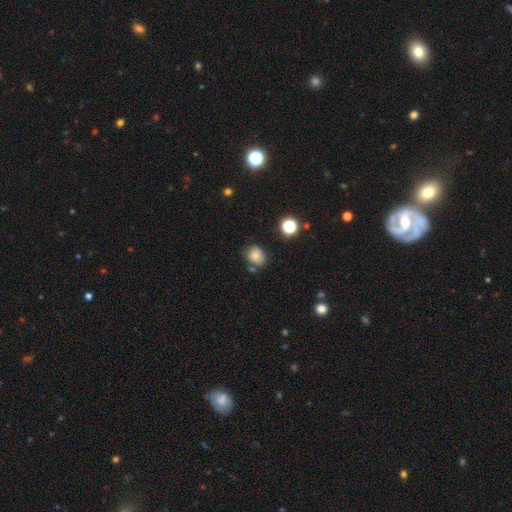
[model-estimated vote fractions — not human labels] This is likely a smooth galaxy (78%). How rounded: possibly round (58%). Merging: likely none (68%).